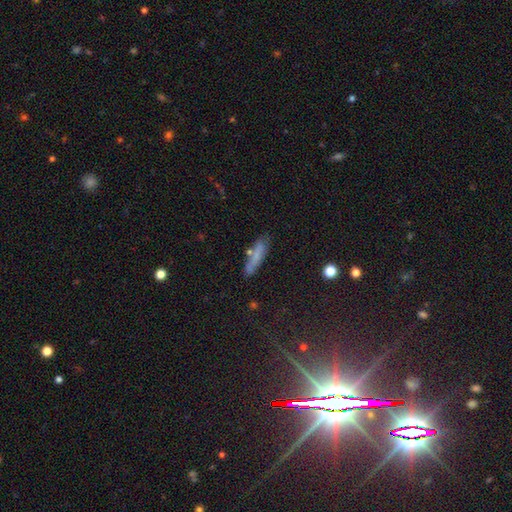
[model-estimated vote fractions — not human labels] A smooth galaxy with no disk features (67%) that is cigar-shaped (80%). Merging: none (71%).